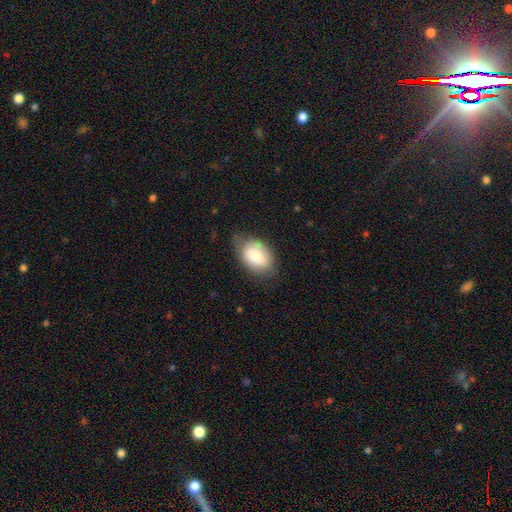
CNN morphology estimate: smooth 80%, featured or disk 13%, star or artifact 7%. Down the decision tree: how rounded — in between (85%); merging — none (65%).